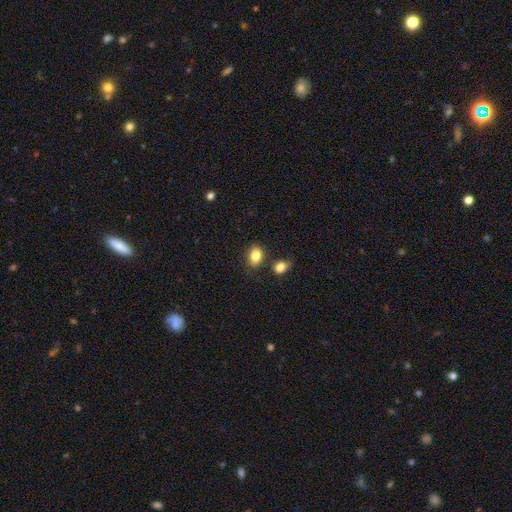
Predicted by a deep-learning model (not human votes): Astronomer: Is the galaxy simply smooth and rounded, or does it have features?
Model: smooth — 84%.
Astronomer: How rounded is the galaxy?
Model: in between — 70%.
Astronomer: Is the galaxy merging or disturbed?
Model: none — 75%.